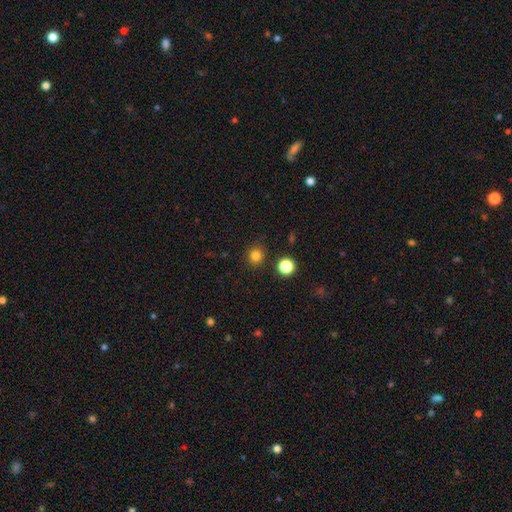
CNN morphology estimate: A smooth galaxy with no disk features (81%) that is round (90%). Merging: none (89%).